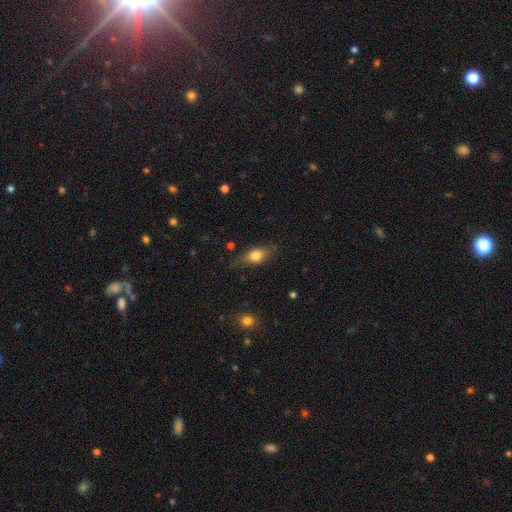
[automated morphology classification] Overall: smooth (69%). How rounded: in between (76%). Merging: none (73%).